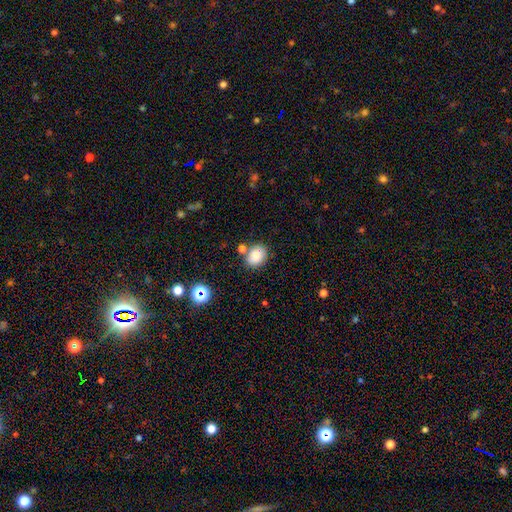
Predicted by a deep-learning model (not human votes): This appears to be a smooth galaxy with no disk features (84%) that is in between round and cigar-shaped (54%). Merging: none (72%).